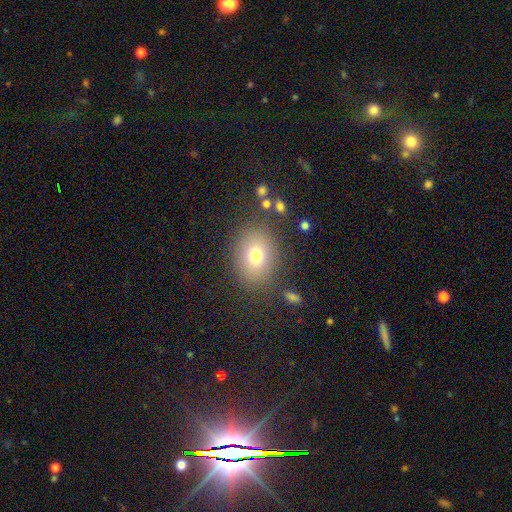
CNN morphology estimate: smooth_or_featured: smooth (p=0.75) [alt: star or artifact p=0.13]
how_rounded: in between (p=0.53) [alt: round p=0.46]
merging: none (p=0.82) [alt: minor disturbance p=0.11]